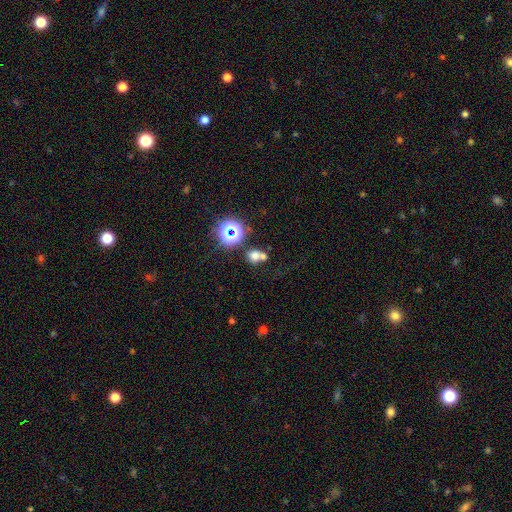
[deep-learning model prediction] Smooth or featured? Predicted: smooth (p=0.62). How rounded? Predicted: round (p=0.78). Merging? Predicted: none (p=0.47).